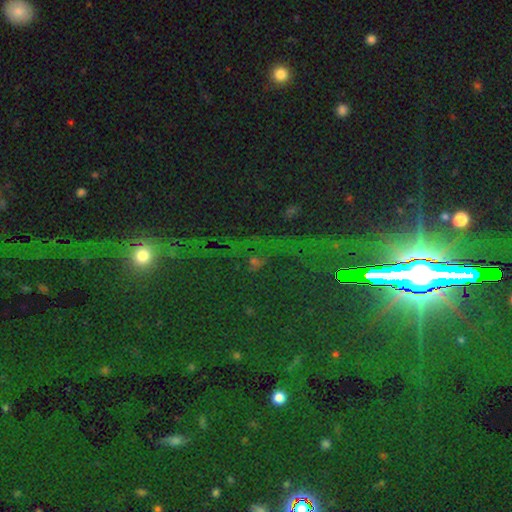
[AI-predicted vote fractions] This is clearly a star or artifact rather than a galaxy (82%).